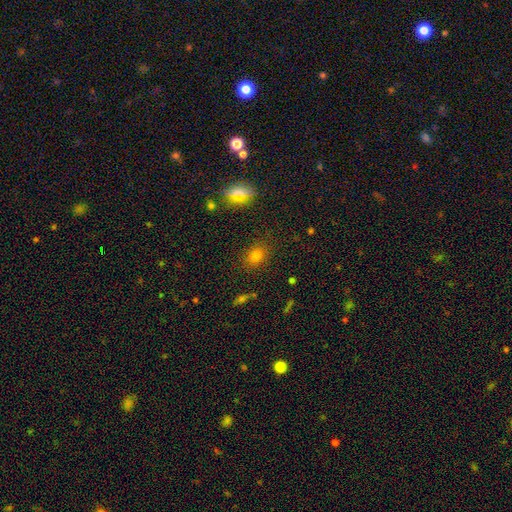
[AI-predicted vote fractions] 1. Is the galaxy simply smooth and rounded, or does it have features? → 73% smooth, 19% star or artifact, 7% featured or disk.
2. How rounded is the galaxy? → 57% in between, 41% round, 2% cigar-shaped.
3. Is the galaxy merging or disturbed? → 85% none, 10% minor disturbance, 3% major disturbance, 2% merger.